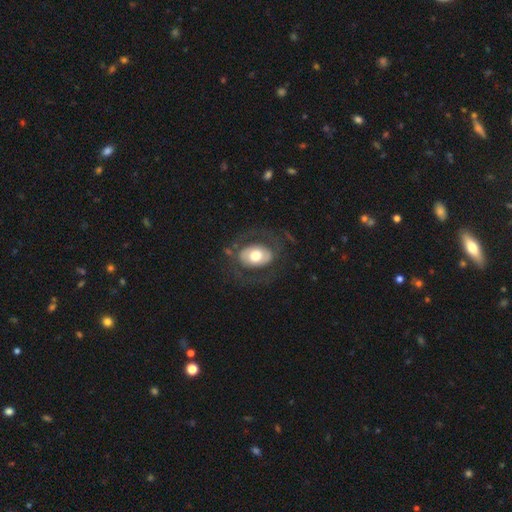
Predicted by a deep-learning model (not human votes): Smooth or featured: featured or disk — 49% (smooth — 45%)
Merging: none — 70% (major disturbance — 15%)